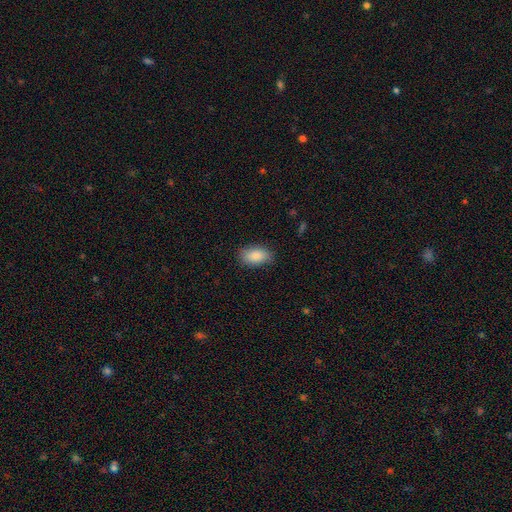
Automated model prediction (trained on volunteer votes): smooth-or-featured: smooth: 87% | star or artifact: 7% | featured or disk: 6%
  how-rounded: in between: 92% | round: 6% | cigar-shaped: 2%
  merging: none: 85% | minor disturbance: 11% | major disturbance: 3% | merger: 1%